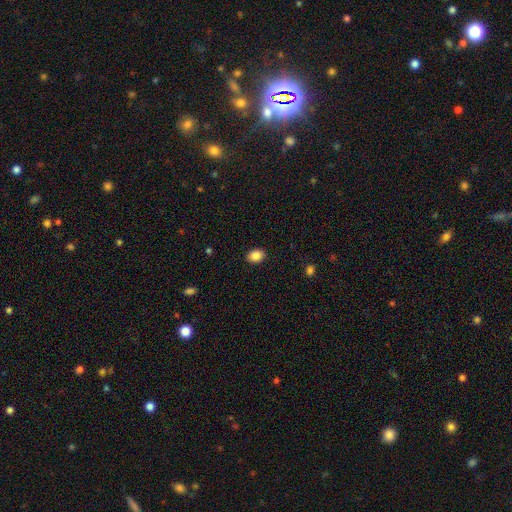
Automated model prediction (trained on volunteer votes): The model was most divided on "how rounded": in between: 68%, round: 31%, cigar-shaped: 1%. More confident: merging — none (90%); smooth or featured — smooth (87%).